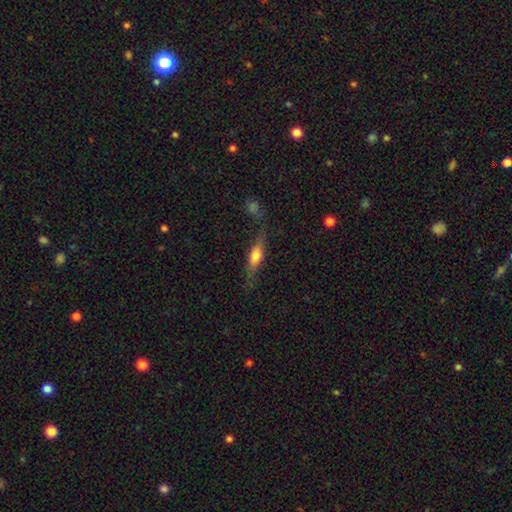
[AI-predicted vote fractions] smooth 52%, featured or disk 41%, star or artifact 8%. Down the decision tree: how rounded — cigar-shaped (65%); merging — none (72%).